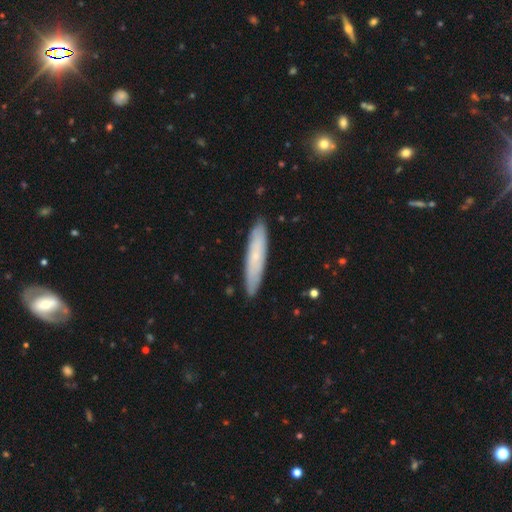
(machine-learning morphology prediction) smooth 58%, featured or disk 36%, star or artifact 6%. Down the decision tree: how rounded — cigar-shaped (87%); merging — none (89%).